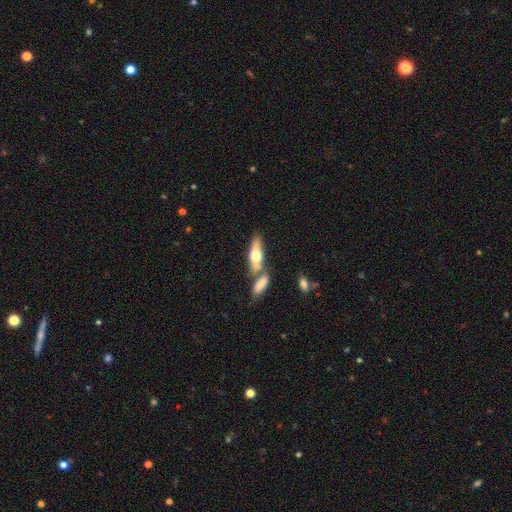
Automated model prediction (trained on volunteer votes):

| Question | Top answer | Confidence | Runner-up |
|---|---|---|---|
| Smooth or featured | smooth | 57% | featured or disk (38%) |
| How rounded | in between | 55% | cigar-shaped (43%) |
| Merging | none | 49% | merger (34%) |